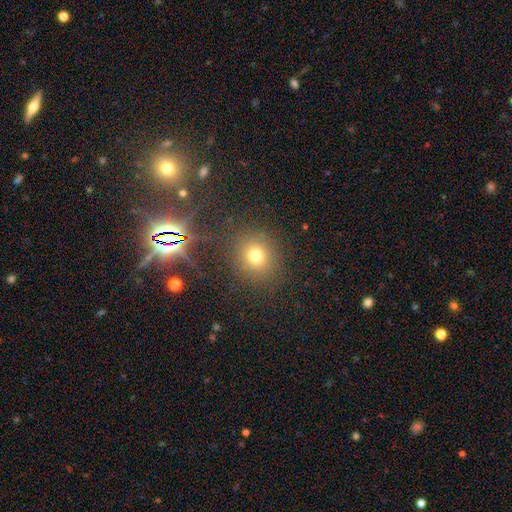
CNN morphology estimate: The model was most divided on "smooth or featured": smooth: 67%, star or artifact: 24%, featured or disk: 9%. More confident: merging — none (84%); how rounded — round (80%).